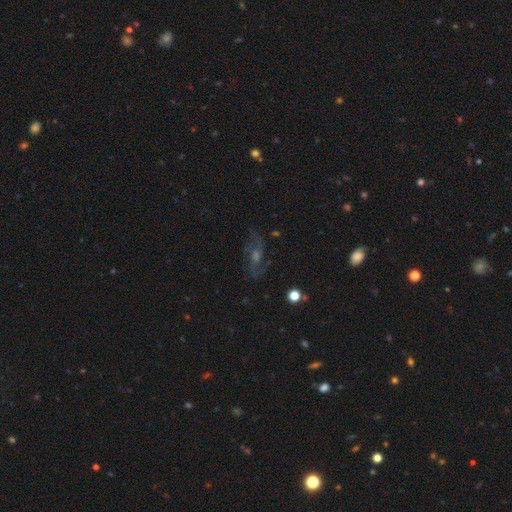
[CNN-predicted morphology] A featured or disk galaxy (67%) with no bar (48%), 2 (77%) medium (46%) spiral arms (91%) and a moderate central bulge (52%). Merging: none (76%).